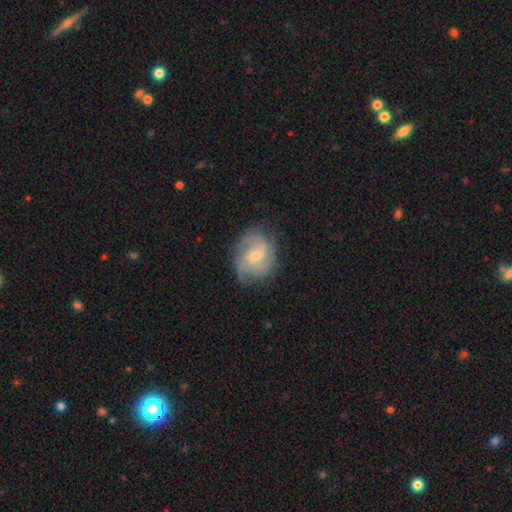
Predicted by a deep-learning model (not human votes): smooth-or-featured: featured or disk: 79% | smooth: 15% | star or artifact: 6%
  disk-edge-on: no: 98% | yes: 2%
    bar: weak: 55% | no: 33% | strong: 12%
    has-spiral-arms: yes: 94% | no: 6%
      spiral-winding: medium: 47% | tight: 35% | loose: 18%
      spiral-arm-count: 2: 34% | 3: 29% | can't tell: 21% | 4: 8% | 1: 4% | more than 4: 4%
    bulge-size: small: 53% | moderate: 40% | none: 4% | large: 2% | dominant: 1%
  merging: none: 73% | minor disturbance: 19% | major disturbance: 7% | merger: 1%